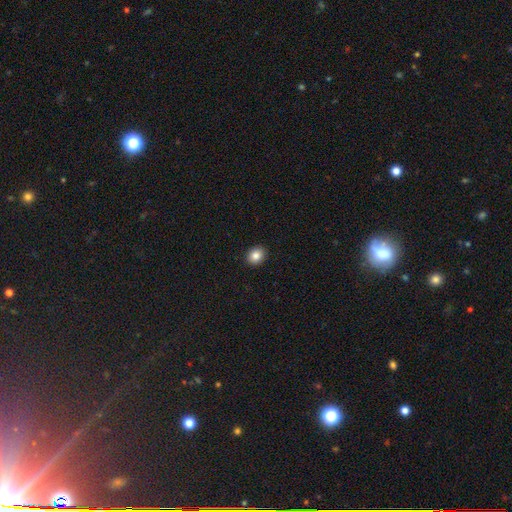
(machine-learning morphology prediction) smooth 85%, star or artifact 9%, featured or disk 6%. Down the decision tree: how rounded — round (64%); merging — none (92%).